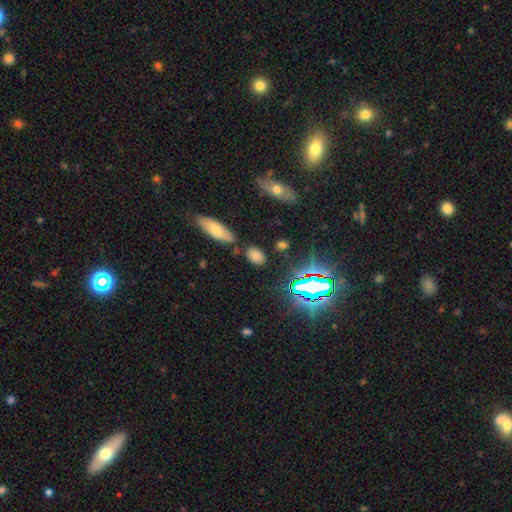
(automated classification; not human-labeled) Smooth or featured? smooth (70%)
How rounded? in between (77%)
Merging? none (76%)